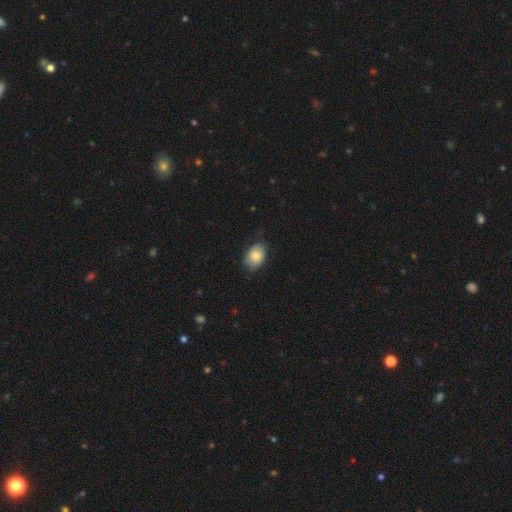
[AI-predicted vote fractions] Overall: smooth (81%). How rounded: in between (77%). Merging: none (73%).